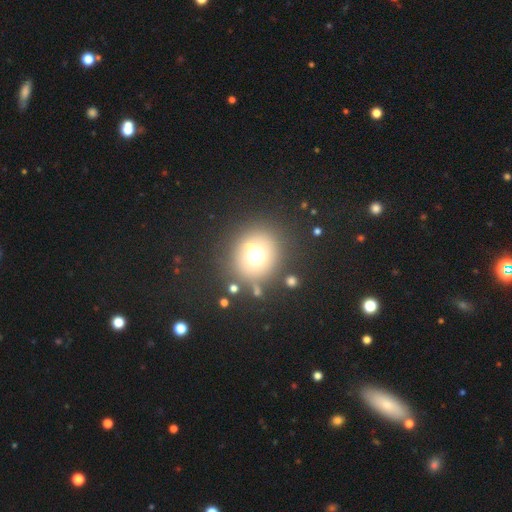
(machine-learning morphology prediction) Smooth or featured? smooth (66%)
How rounded? round (88%)
Merging? none (78%)